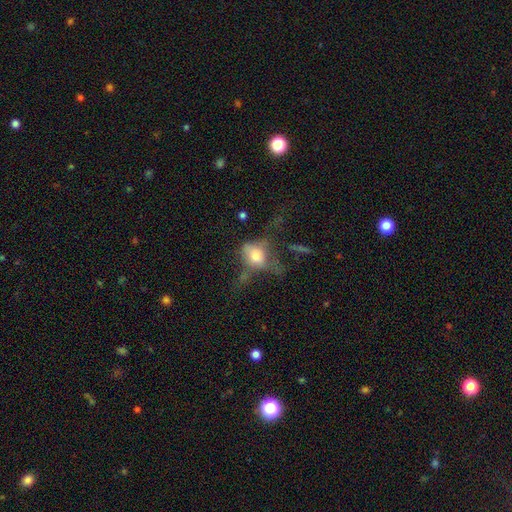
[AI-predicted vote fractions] Smooth or featured? Predicted: smooth (p=0.59). How rounded? Predicted: in between (p=0.64). Merging? Predicted: major disturbance (p=0.47).